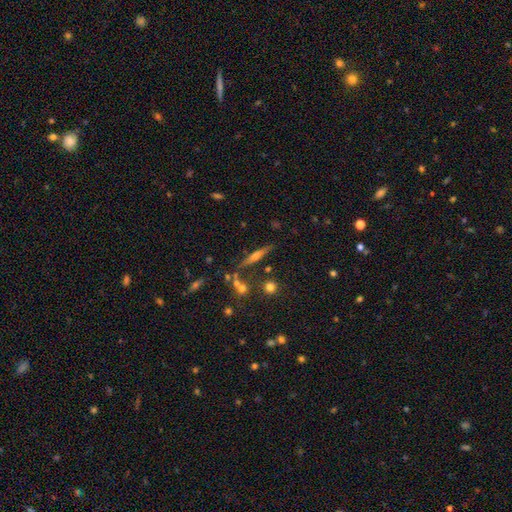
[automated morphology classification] featured or disk 62%, smooth 24%, star or artifact 13%. Down the decision tree: edge-on disk — yes (94%); edge-on bulge — rounded (81%); merging — none (78%).